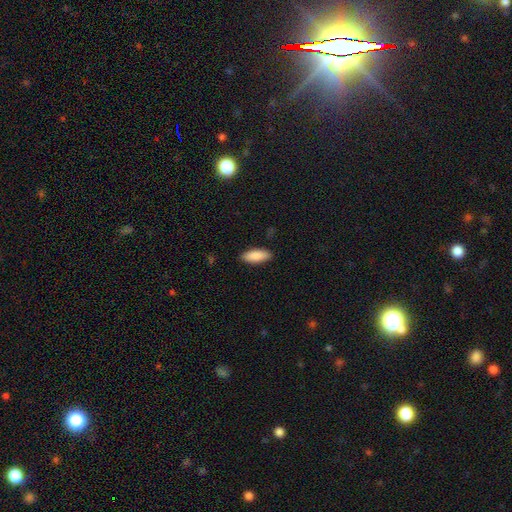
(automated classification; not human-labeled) This is clearly a smooth galaxy (89%). How rounded: likely in between (79%). Merging: clearly none (88%).